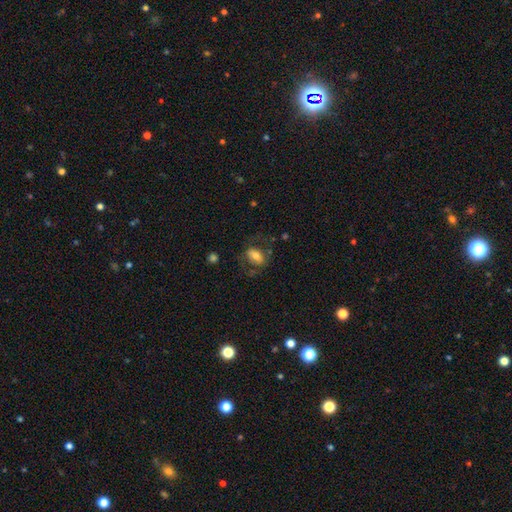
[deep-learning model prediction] Smooth or featured? smooth (63%)
How rounded? in between (83%)
Merging? none (60%)